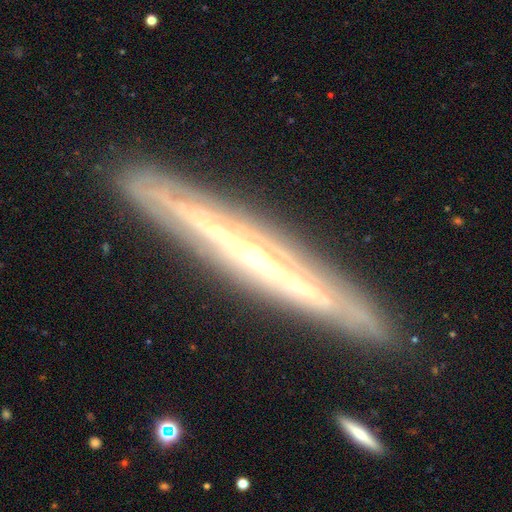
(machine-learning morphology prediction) Smooth or featured? featured or disk (84%)
Edge-on disk? yes (92%)
Edge-on bulge? rounded (66%)
Merging? none (88%)